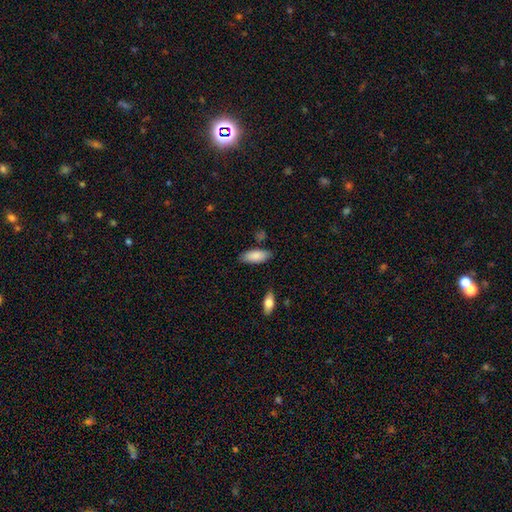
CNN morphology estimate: This is clearly a smooth galaxy (85%). How rounded: clearly in between (82%). Merging: clearly none (81%).